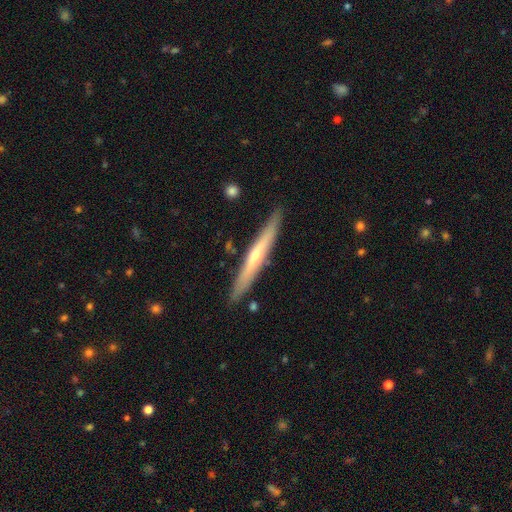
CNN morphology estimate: Smooth or featured? featured or disk (66%)
Edge-on disk? yes (94%)
Edge-on bulge? rounded (72%)
Merging? none (89%)